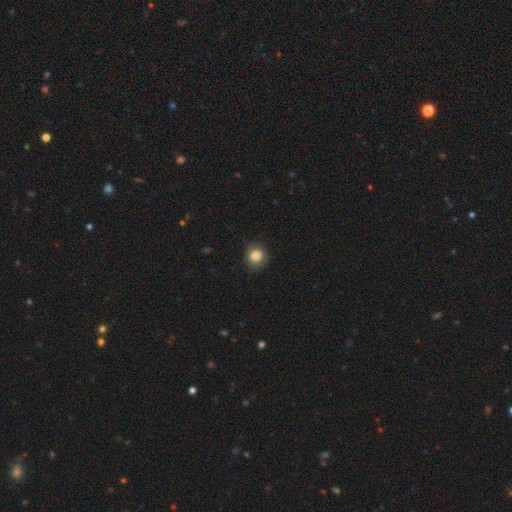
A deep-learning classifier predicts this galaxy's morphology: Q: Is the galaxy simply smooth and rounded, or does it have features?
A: smooth — 86%.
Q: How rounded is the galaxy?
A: round — 87%.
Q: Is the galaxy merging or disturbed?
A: none — 80%.